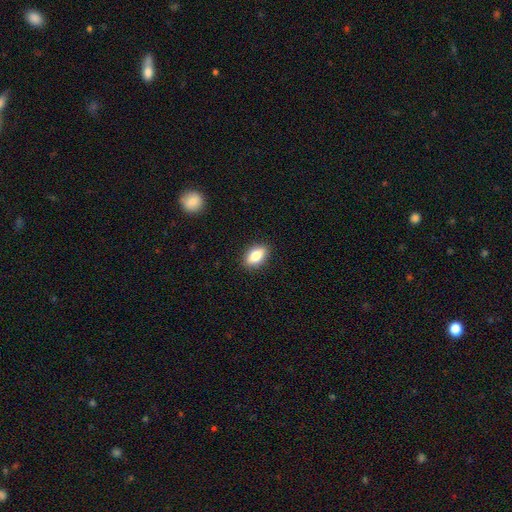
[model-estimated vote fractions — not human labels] A smooth galaxy with no disk features (78%) that is in between round and cigar-shaped (85%).

Vote fractions:
- Smooth or featured? smooth: 78% / featured or disk: 14% / star or artifact: 8%
- How rounded? in between: 85% / round: 8% / cigar-shaped: 6%
- Merging? none: 88% / minor disturbance: 8% / major disturbance: 2% / merger: 1%